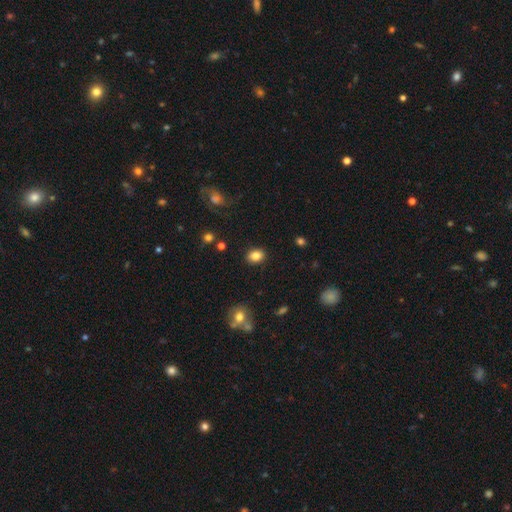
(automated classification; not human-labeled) smooth-or-featured: smooth: 85% | star or artifact: 9% | featured or disk: 6%
  how-rounded: in between: 61% | round: 38% | cigar-shaped: 1%
  merging: none: 88% | minor disturbance: 8% | major disturbance: 2% | merger: 1%